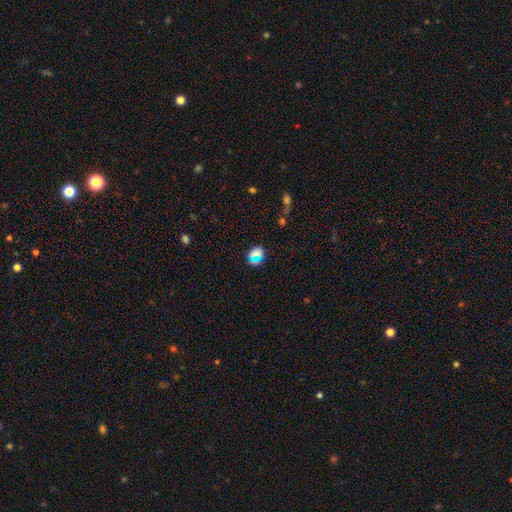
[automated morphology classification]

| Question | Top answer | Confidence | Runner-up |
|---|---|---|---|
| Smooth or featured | smooth | 62% | star or artifact (29%) |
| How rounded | round | 52% | in between (44%) |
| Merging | none | 67% | minor disturbance (14%) |